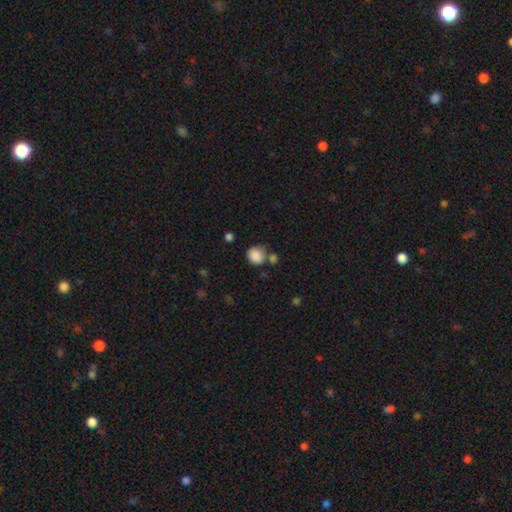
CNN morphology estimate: A smooth galaxy with no disk features (87%) that is round (79%).

Vote fractions:
- Smooth or featured? smooth: 87% / star or artifact: 9% / featured or disk: 4%
- How rounded? round: 79% / in between: 20% / cigar-shaped: 1%
- Merging? none: 66% / merger: 15% / minor disturbance: 15% / major disturbance: 5%